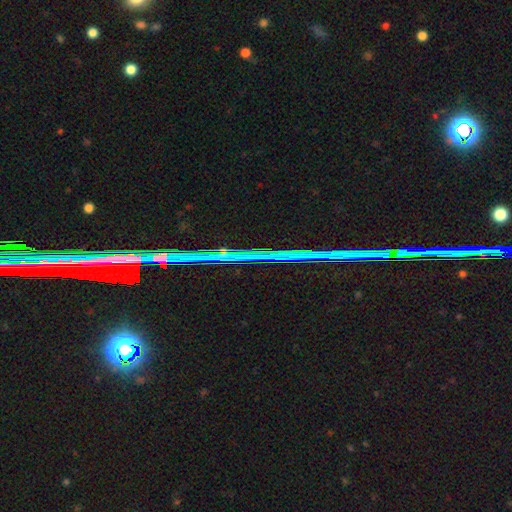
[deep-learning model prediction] Smooth or featured?
  - star or artifact: 81% *
  - featured or disk: 11%
  - smooth: 8%